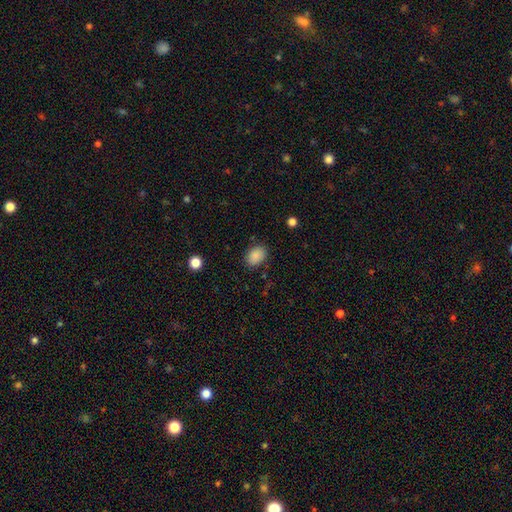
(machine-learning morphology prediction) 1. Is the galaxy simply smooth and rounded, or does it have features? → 88% smooth, 9% star or artifact, 4% featured or disk.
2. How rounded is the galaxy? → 75% in between, 24% round, 1% cigar-shaped.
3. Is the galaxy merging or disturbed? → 84% none, 11% minor disturbance, 3% major disturbance, 1% merger.